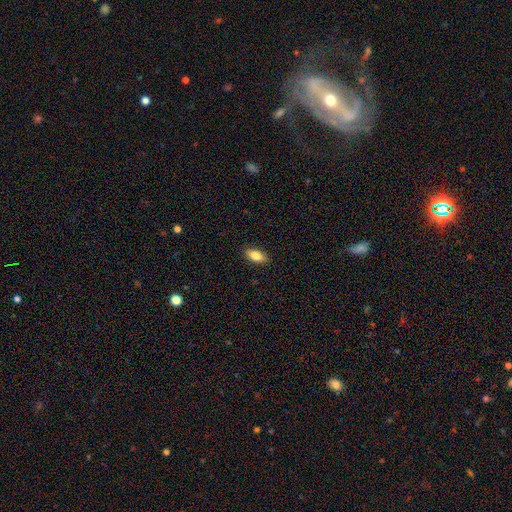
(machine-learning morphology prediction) smooth-or-featured: smooth: 84% | featured or disk: 9% | star or artifact: 7%
  how-rounded: in between: 89% | cigar-shaped: 7% | round: 4%
  merging: none: 88% | minor disturbance: 9% | major disturbance: 2% | merger: 1%